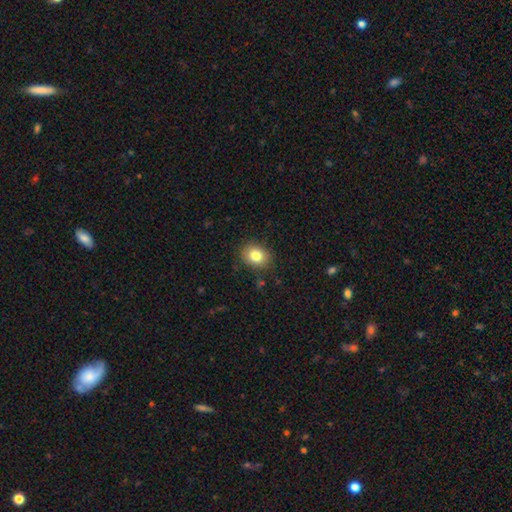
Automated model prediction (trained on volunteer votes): Morphology: type=smooth (82%); roundness=round (51%); merging=none (87%).